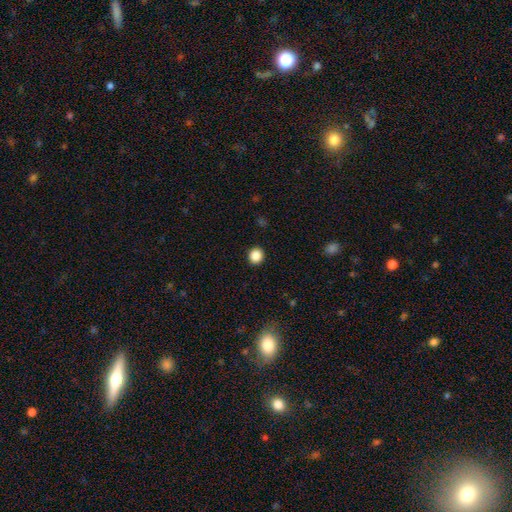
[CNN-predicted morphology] Smooth or featured? Predicted: smooth (p=0.87). How rounded? Predicted: round (p=0.87). Merging? Predicted: none (p=0.92).